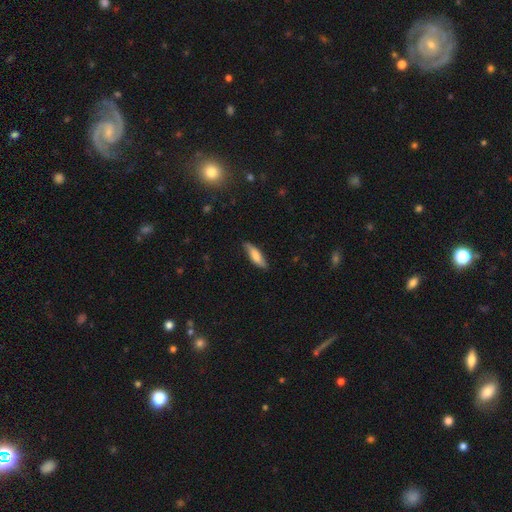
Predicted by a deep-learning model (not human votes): smooth 69%, featured or disk 25%, star or artifact 6%. Down the decision tree: how rounded — cigar-shaped (57%); merging — none (77%).